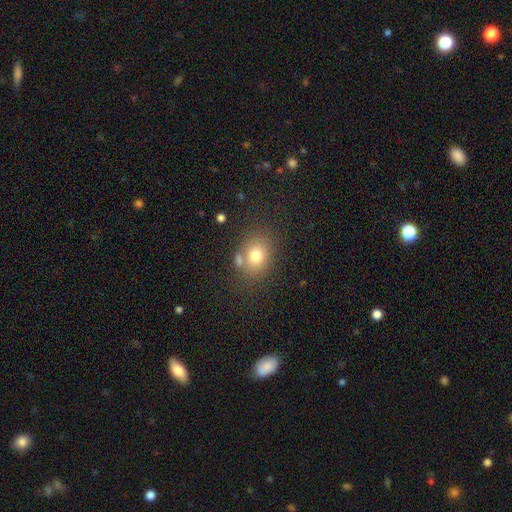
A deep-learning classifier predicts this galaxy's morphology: A smooth galaxy with no disk features (76%) that is round (56%). Merging: none (66%).